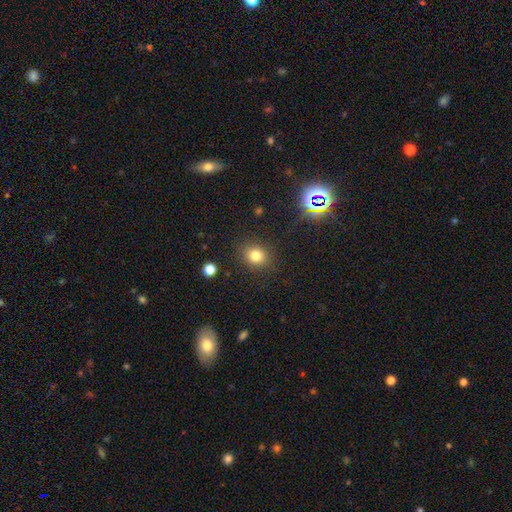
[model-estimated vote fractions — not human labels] Overall: smooth (78%). How rounded: round (73%). Merging: none (87%).